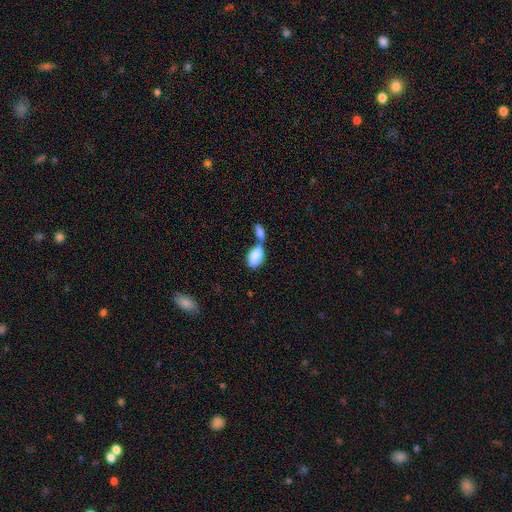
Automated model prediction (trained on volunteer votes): smooth 84%, featured or disk 10%, star or artifact 6%. Down the decision tree: how rounded — in between (93%); merging — merger (64%).